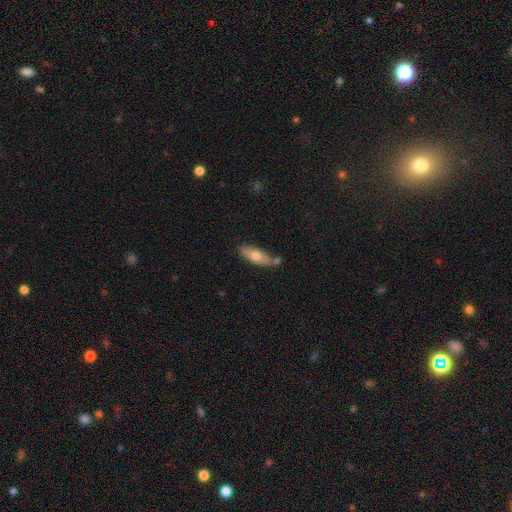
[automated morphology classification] This appears to be a smooth galaxy with no disk features (63%) that is in between round and cigar-shaped (67%). Merging: none (66%).